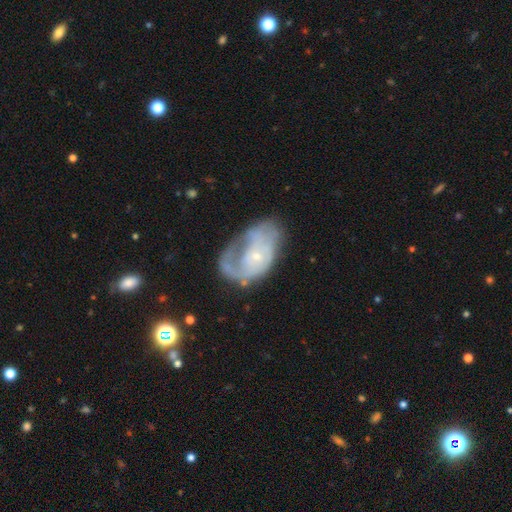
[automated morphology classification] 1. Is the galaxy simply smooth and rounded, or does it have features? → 69% featured or disk, 24% smooth, 7% star or artifact.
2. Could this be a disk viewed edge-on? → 96% no, 4% yes.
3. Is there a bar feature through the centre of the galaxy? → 77% no, 19% weak, 4% strong.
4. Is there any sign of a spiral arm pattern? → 71% yes, 29% no.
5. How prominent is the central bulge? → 77% small, 16% moderate, 4% none, 2% large, 1% dominant.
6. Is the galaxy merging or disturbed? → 35% major disturbance (tied), 35% none (tied), 26% minor disturbance, 4% merger.